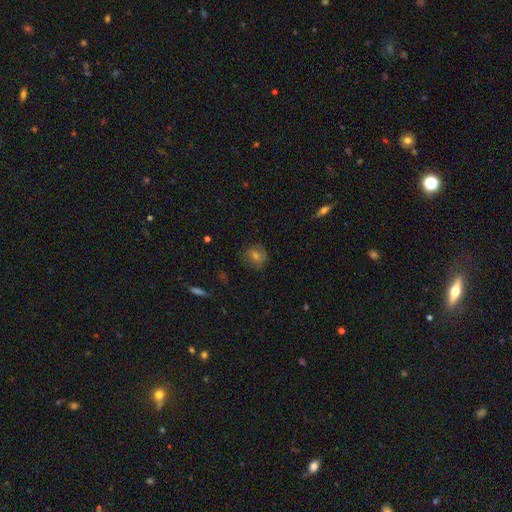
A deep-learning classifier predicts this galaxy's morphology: This is possibly a smooth galaxy (45%). Merging: likely none (80%).